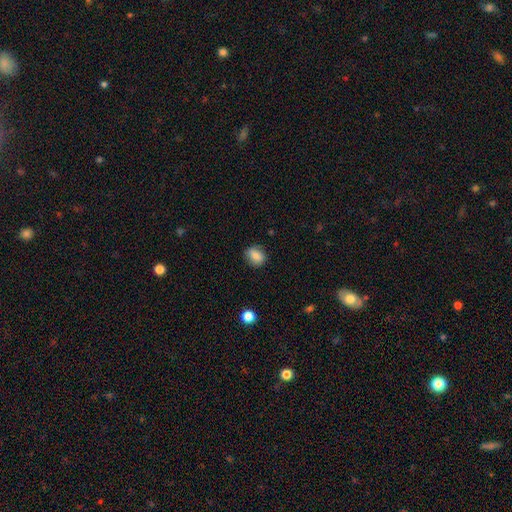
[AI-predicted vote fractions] Morphology: type=smooth (83%); roundness=in between (53%); merging=none (80%).